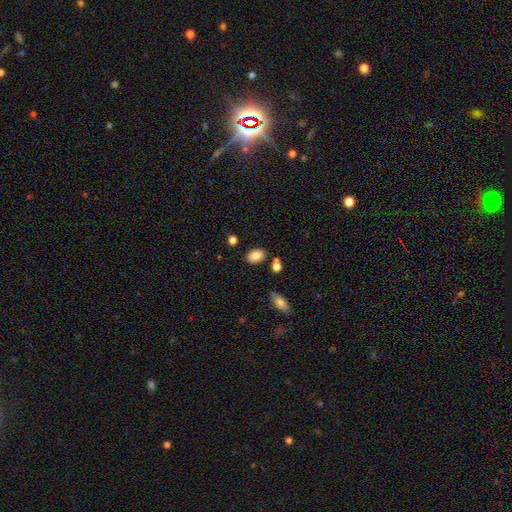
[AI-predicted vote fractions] A smooth galaxy with no disk features (86%) that is in between round and cigar-shaped (88%). Merging: none (80%).